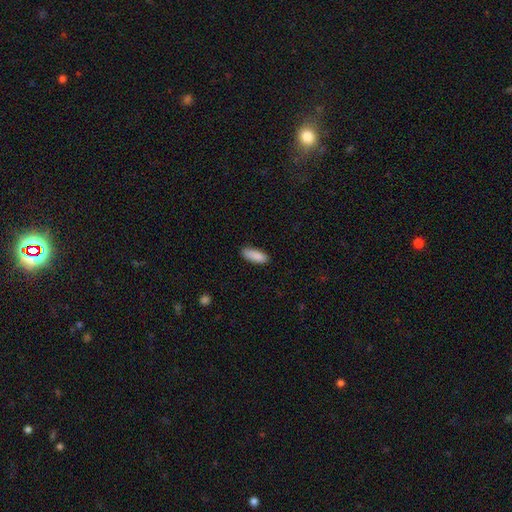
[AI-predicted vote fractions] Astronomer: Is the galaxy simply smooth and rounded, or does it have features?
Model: smooth — 90%.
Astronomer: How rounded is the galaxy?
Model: in between — 69%.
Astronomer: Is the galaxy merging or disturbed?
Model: none — 85%.